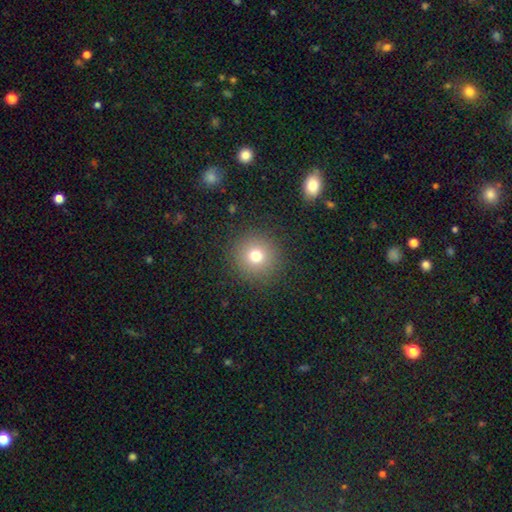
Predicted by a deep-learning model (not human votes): smooth-or-featured: smooth: 73% | star or artifact: 16% | featured or disk: 10%
  how-rounded: round: 95% | in between: 4% | cigar-shaped: 1%
  merging: none: 90% | minor disturbance: 6% | major disturbance: 3% | merger: 1%